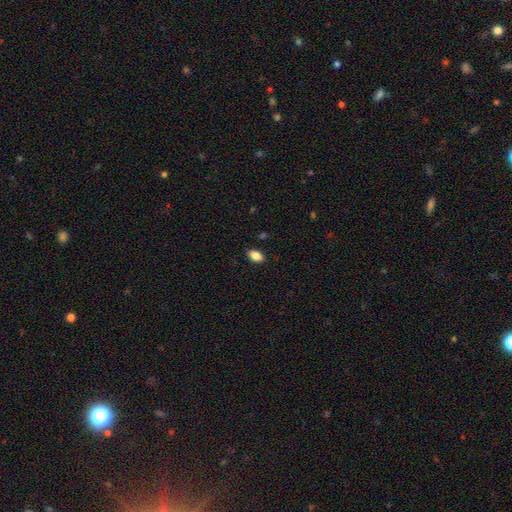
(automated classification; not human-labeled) The model was most divided on "smooth or featured": smooth: 84%, star or artifact: 8%, featured or disk: 8%. More confident: how rounded — in between (90%); merging — none (88%).